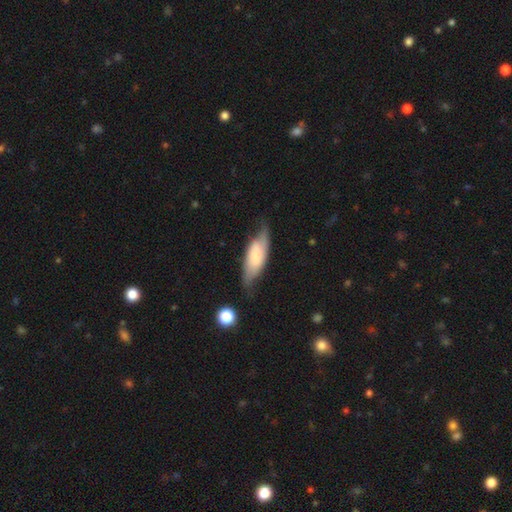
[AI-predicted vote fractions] Smooth or featured?
  - smooth: 50% *
  - featured or disk: 43%
  - star or artifact: 7%
Merging?
  - none: 55% *
  - minor disturbance: 31%
  - major disturbance: 11%
  - merger: 2%